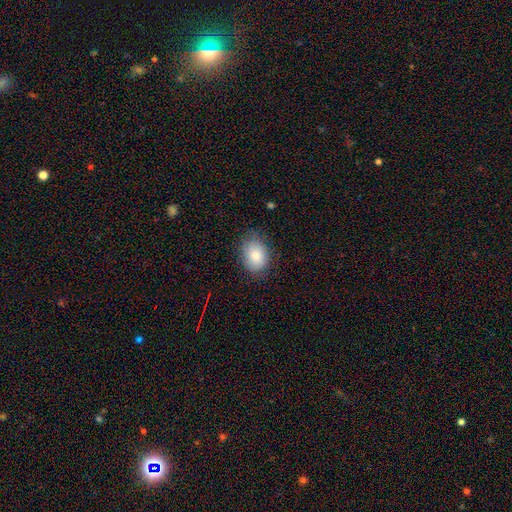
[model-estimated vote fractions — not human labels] Overall: smooth (84%). How rounded: in between (68%; round 31%). Merging: none (73%).